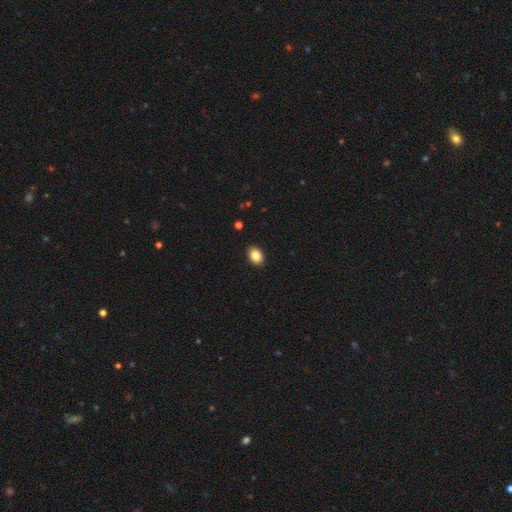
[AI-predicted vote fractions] smooth 87%, star or artifact 8%, featured or disk 5%. Down the decision tree: how rounded — in between (81%); merging — none (90%).